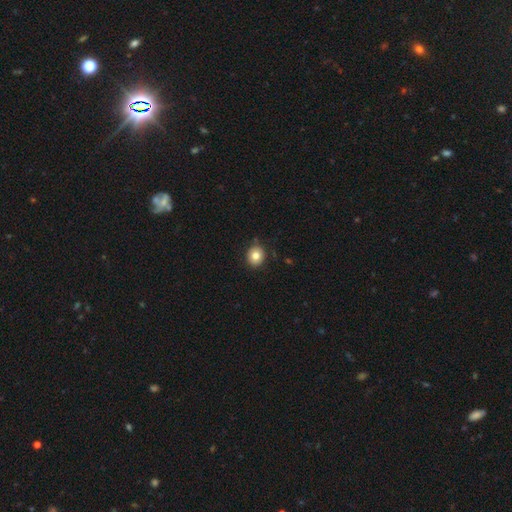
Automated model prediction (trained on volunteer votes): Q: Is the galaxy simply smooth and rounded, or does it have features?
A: smooth — 80%.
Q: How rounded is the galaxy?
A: round — 76%.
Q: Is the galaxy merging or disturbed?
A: none — 86%.